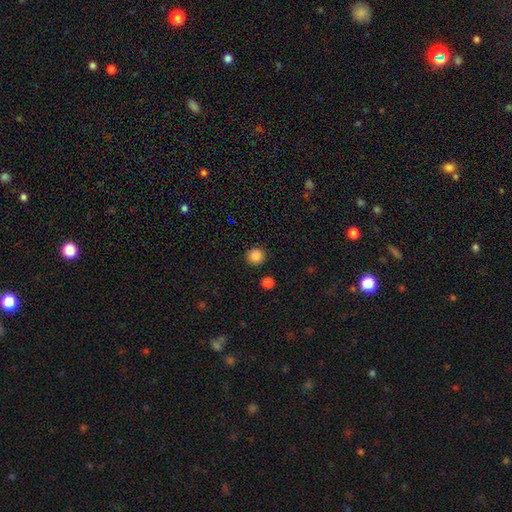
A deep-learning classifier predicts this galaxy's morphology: The model was most divided on "smooth or featured": smooth: 86%, star or artifact: 10%, featured or disk: 3%. More confident: how rounded — round (93%); merging — none (90%).